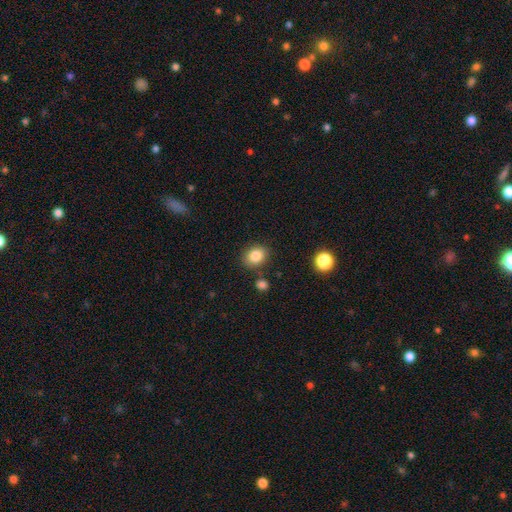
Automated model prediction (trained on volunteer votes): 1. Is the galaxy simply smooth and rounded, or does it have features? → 84% smooth, 10% star or artifact, 6% featured or disk.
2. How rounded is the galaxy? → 51% round, 48% in between, 1% cigar-shaped.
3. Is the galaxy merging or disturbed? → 81% none, 11% minor disturbance, 5% merger, 3% major disturbance.